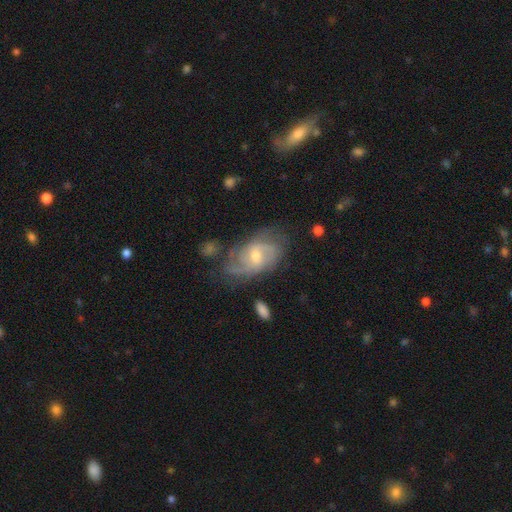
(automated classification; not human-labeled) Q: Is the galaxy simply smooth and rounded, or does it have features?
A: featured or disk — 82%.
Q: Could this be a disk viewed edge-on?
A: no — 96%.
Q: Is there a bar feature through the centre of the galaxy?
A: no — 47%.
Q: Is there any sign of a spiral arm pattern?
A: yes — 94%.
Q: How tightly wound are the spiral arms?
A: medium — 42%.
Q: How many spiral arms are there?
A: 2 — 41%.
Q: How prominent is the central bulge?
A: moderate — 54%.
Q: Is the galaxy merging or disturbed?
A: none — 62%.